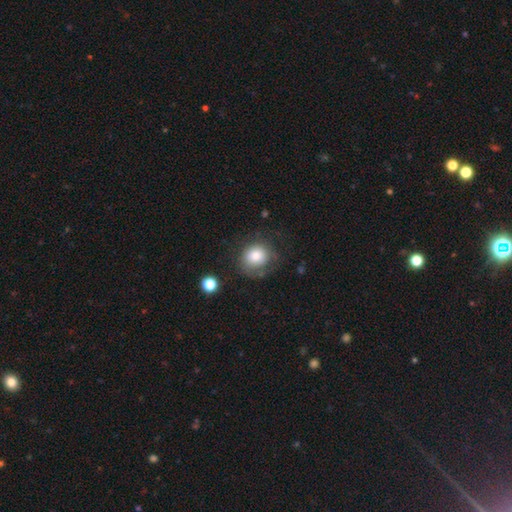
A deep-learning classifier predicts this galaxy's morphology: Overall: smooth (77%). How rounded: round (81%). Merging: none (63%).